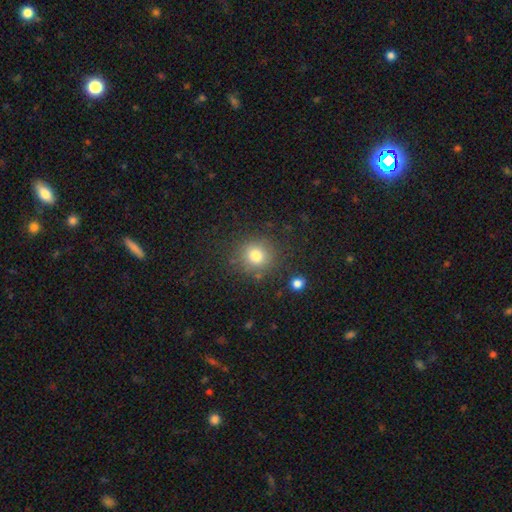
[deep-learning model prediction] The model was most divided on "smooth or featured": smooth: 78%, star or artifact: 14%, featured or disk: 8%. More confident: how rounded — round (90%); merging — none (84%).